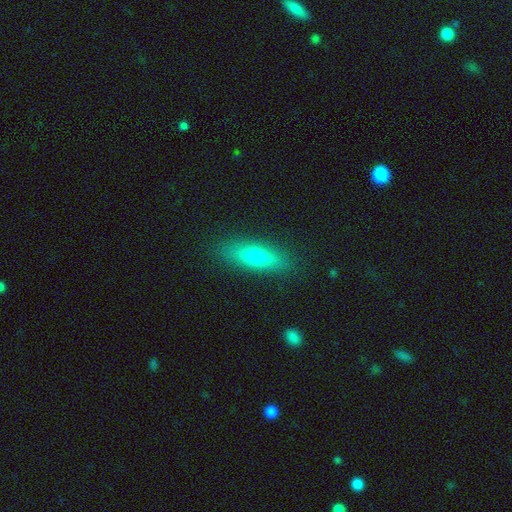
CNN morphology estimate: smooth_or_featured: smooth (p=0.70) [alt: featured or disk p=0.23]
how_rounded: cigar-shaped (p=0.52) [alt: in between p=0.45]
merging: none (p=0.87) [alt: minor disturbance p=0.09]